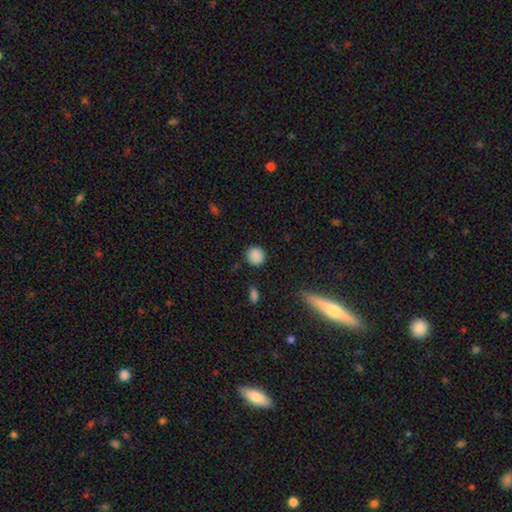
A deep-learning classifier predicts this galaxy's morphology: type=smooth (87%); roundness=round (89%); merging=none (85%).